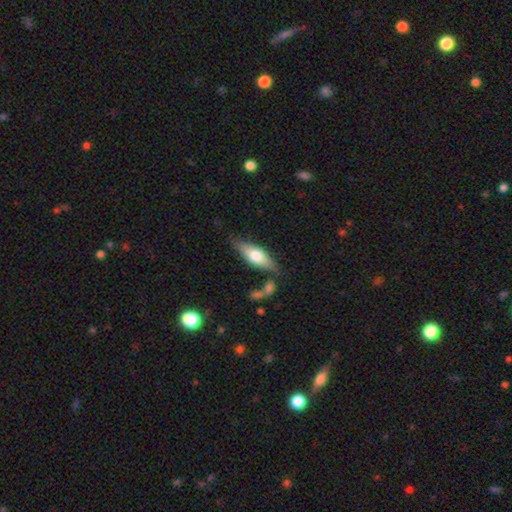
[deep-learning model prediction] Overall: smooth (57%; featured or disk 37%). How rounded: in between (59%; cigar-shaped 39%). Merging: none (70%).